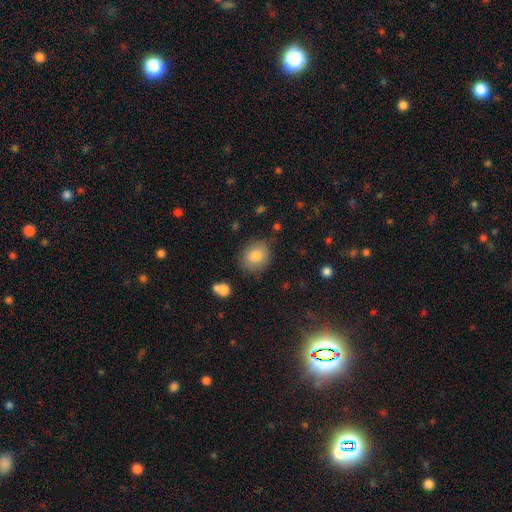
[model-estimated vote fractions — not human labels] Morphology: type=smooth (81%); roundness=round (68%); merging=none (81%).